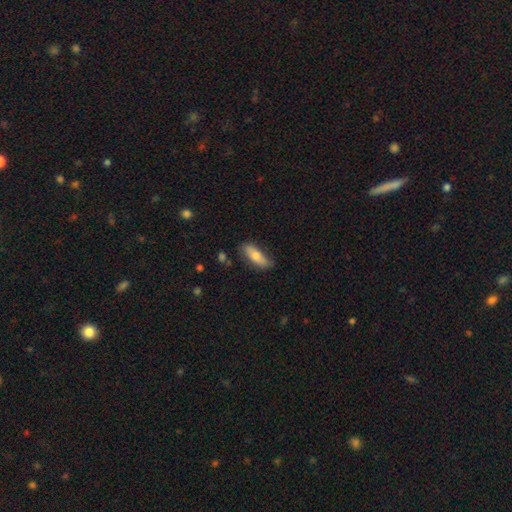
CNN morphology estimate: smooth 71%, featured or disk 23%, star or artifact 6%. Down the decision tree: how rounded — in between (64%); merging — none (77%).